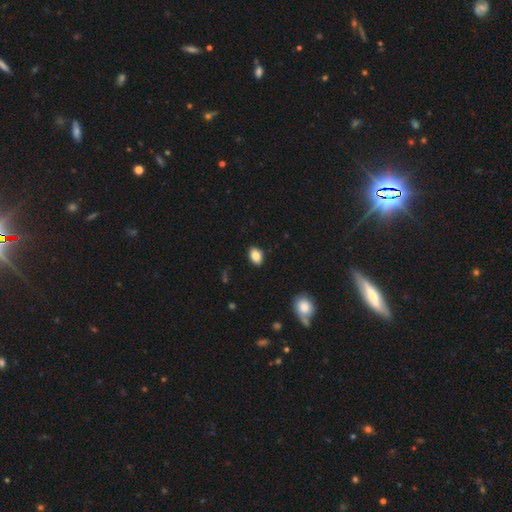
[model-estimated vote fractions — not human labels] smooth 85%, star or artifact 8%, featured or disk 6%. Down the decision tree: how rounded — in between (83%); merging — none (88%).